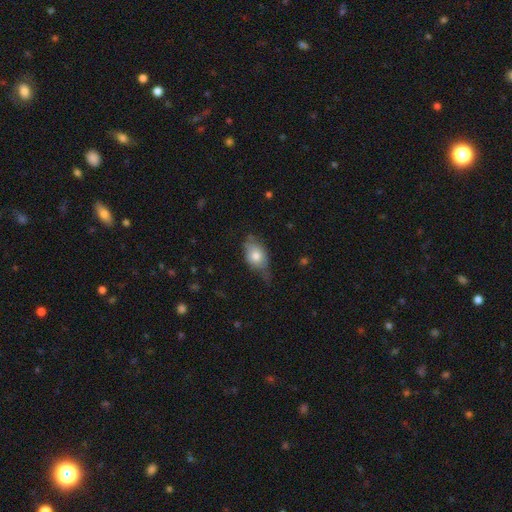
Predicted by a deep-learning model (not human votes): This appears to be a smooth galaxy with no disk features (71%) that is in between round and cigar-shaped (83%). Merging: none (44%).